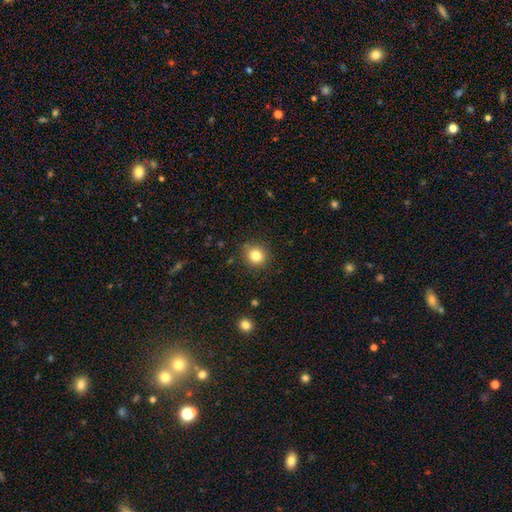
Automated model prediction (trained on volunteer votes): smooth-or-featured: smooth: 82% | star or artifact: 12% | featured or disk: 6%
  how-rounded: round: 85% | in between: 14% | cigar-shaped: 1%
  merging: none: 86% | minor disturbance: 9% | major disturbance: 3% | merger: 1%